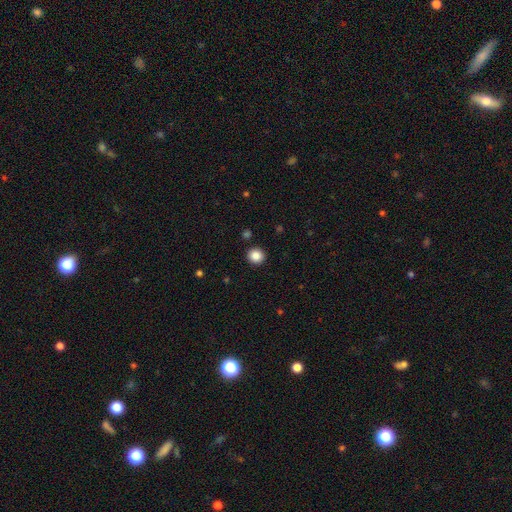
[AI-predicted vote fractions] Morphology: type=smooth (86%); roundness=round (91%); merging=none (92%).